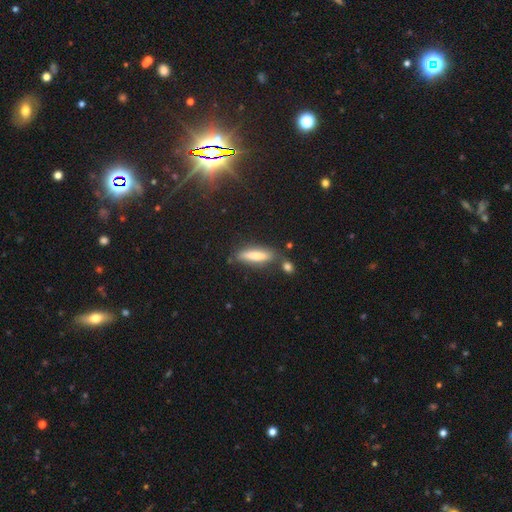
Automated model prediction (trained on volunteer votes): smooth_or_featured: smooth (p=0.76) [alt: featured or disk p=0.17]
how_rounded: cigar-shaped (p=0.71) [alt: in between p=0.28]
merging: none (p=0.72) [alt: minor disturbance p=0.15]